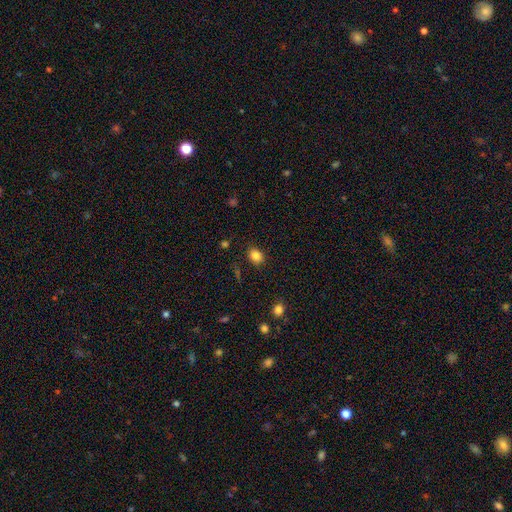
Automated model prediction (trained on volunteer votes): A smooth galaxy with no disk features (84%) that is in between round and cigar-shaped (57%).

Vote fractions:
- Smooth or featured? smooth: 84% / star or artifact: 11% / featured or disk: 5%
- How rounded? in between: 57% / round: 42% / cigar-shaped: 1%
- Merging? none: 85% / minor disturbance: 11% / major disturbance: 3% / merger: 1%